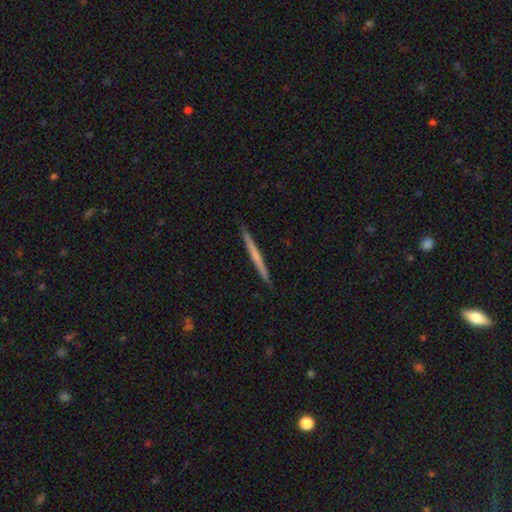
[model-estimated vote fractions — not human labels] Smooth or featured: featured or disk — 49% (smooth — 46%)
Merging: none — 92% (minor disturbance — 6%)